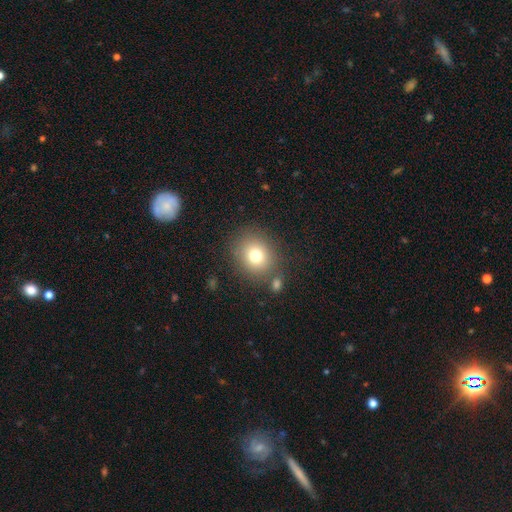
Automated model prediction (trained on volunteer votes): This appears to be a smooth galaxy with no disk features (76%) that is round (76%). Merging: none (78%).